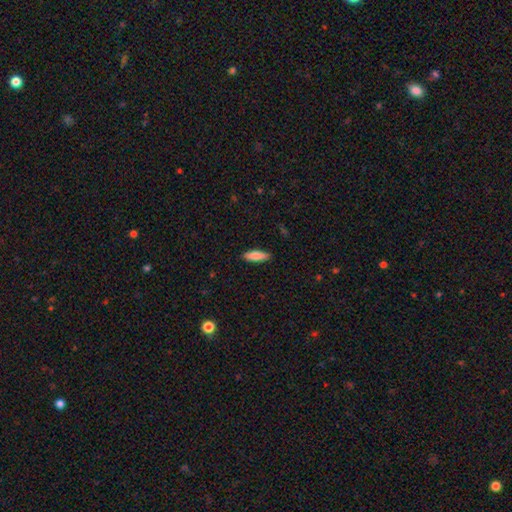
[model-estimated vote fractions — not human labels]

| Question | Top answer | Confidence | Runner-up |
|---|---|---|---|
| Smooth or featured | smooth | 84% | featured or disk (10%) |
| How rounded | cigar-shaped | 56% | in between (43%) |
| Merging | none | 88% | minor disturbance (9%) |